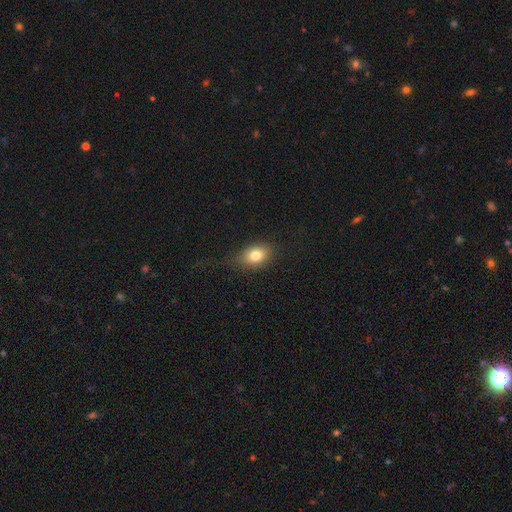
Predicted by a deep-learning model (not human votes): smooth_or_featured: smooth (p=0.79) [alt: featured or disk p=0.11]
how_rounded: in between (p=0.74) [alt: round p=0.24]
merging: none (p=0.72) [alt: minor disturbance p=0.19]